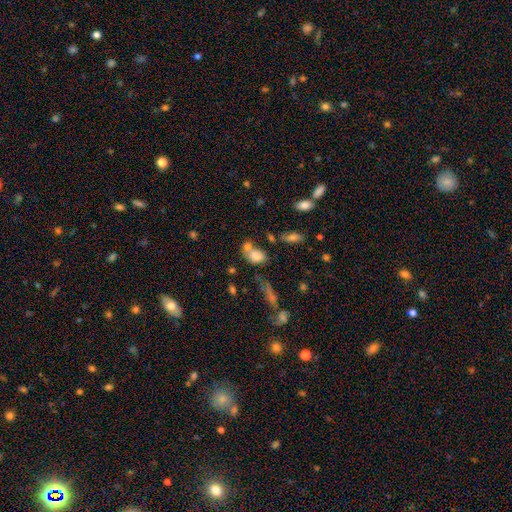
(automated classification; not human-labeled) smooth-or-featured: smooth: 77% | star or artifact: 12% | featured or disk: 11%
  how-rounded: in between: 71% | round: 26% | cigar-shaped: 3%
  merging: merger: 45% | none: 35% | minor disturbance: 13% | major disturbance: 7%